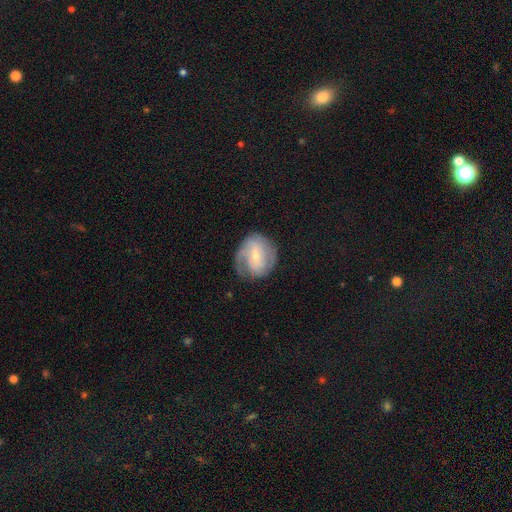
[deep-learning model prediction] A featured or disk galaxy (65%) with no bar (43%), 2 (48%) tight (43%) spiral arms (84%) and a small central bulge (64%).

Vote fractions:
- Smooth or featured? featured or disk: 65% / smooth: 28% / star or artifact: 7%
- Edge-on disk? no: 97% / yes: 3%
- Bar? no: 43% / weak: 42% / strong: 15%
- Spiral arms? yes: 84% / no: 16%
- Spiral winding? tight: 43% / medium: 39% / loose: 19%
- Spiral arm count? 2: 48% / can't tell: 26% / 1: 13% / 3: 8% / 4: 3% / more than 4: 2%
- Bulge size? small: 64% / moderate: 31% / large: 2% / none: 2% / dominant: 1%
- Merging? none: 63% / minor disturbance: 23% / major disturbance: 12% / merger: 1%